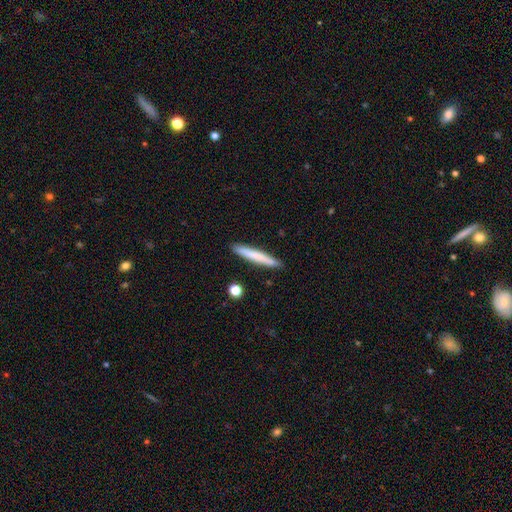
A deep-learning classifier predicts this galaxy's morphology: smooth-or-featured: smooth: 72% | featured or disk: 22% | star or artifact: 6%
  how-rounded: cigar-shaped: 96% | in between: 3% | round: 1%
  merging: none: 90% | minor disturbance: 7% | merger: 2% | major disturbance: 1%